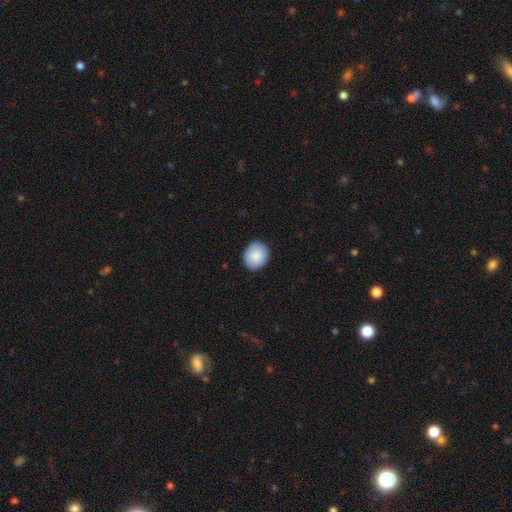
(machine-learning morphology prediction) A smooth galaxy with no disk features (87%) that is round (71%).

Vote fractions:
- Smooth or featured? smooth: 87% / star or artifact: 7% / featured or disk: 6%
- How rounded? round: 71% / in between: 28% / cigar-shaped: 1%
- Merging? none: 90% / minor disturbance: 8% / major disturbance: 2% / merger: 1%